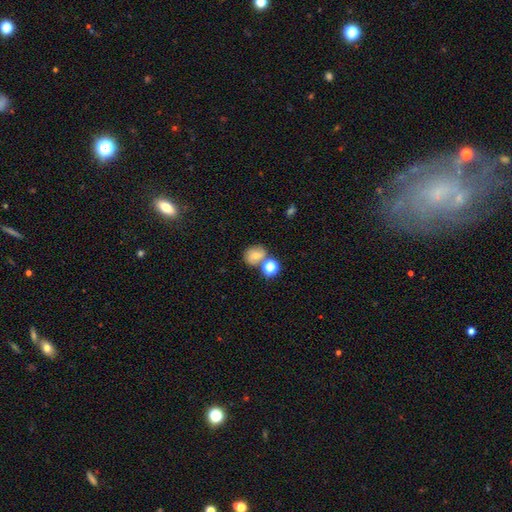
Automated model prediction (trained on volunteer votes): Smooth or featured? Predicted: smooth (p=0.63). How rounded? Predicted: round (p=0.68). Merging? Predicted: none (p=0.53).